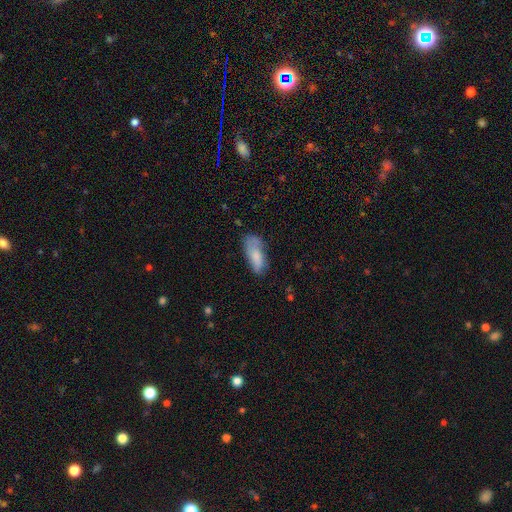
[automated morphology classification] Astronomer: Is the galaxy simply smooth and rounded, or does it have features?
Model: smooth — 75%.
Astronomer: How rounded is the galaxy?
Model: in between — 74%.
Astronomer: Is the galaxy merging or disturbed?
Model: none — 50% (runner-up: minor disturbance, 31%).